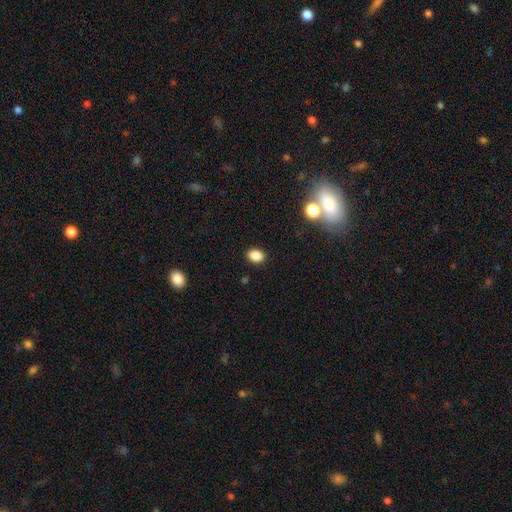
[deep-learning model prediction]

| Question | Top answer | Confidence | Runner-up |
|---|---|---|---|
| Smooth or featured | smooth | 86% | star or artifact (10%) |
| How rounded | in between | 69% | round (30%) |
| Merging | none | 89% | minor disturbance (7%) |